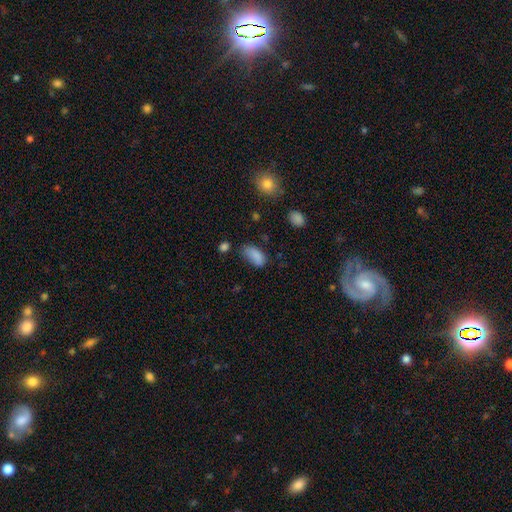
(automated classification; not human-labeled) The model was most divided on "merging": none: 55%, minor disturbance: 31%, major disturbance: 10%, merger: 4%. More confident: how rounded — in between (92%); smooth or featured — smooth (85%).